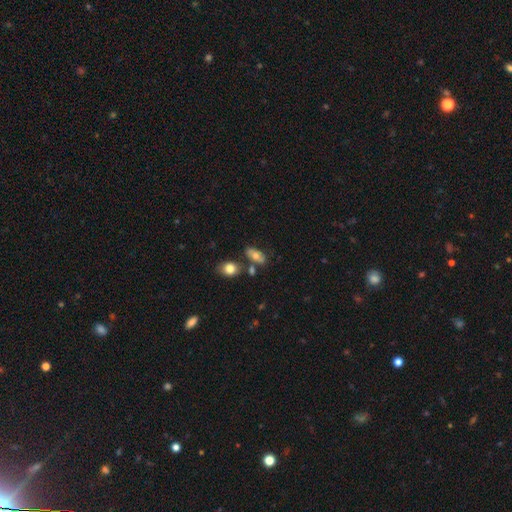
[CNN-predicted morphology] type=smooth (66%); roundness=in between (85%); merging=none (63%).